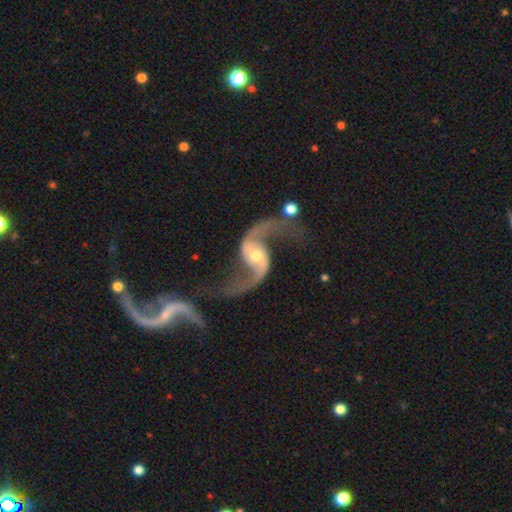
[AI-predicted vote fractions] Morphology: type=featured or disk (93%); edge-on=no (97%); bar=no (42%); spiral arms=yes (97%); winding=loose (86%); arm count=2 (95%); bulge=moderate (63%); merging=none (63%).